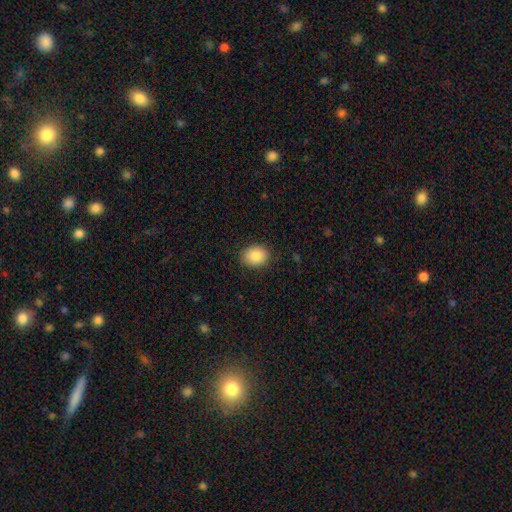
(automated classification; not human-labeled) A smooth galaxy with no disk features (87%) that is in between round and cigar-shaped (58%). Merging: none (87%).